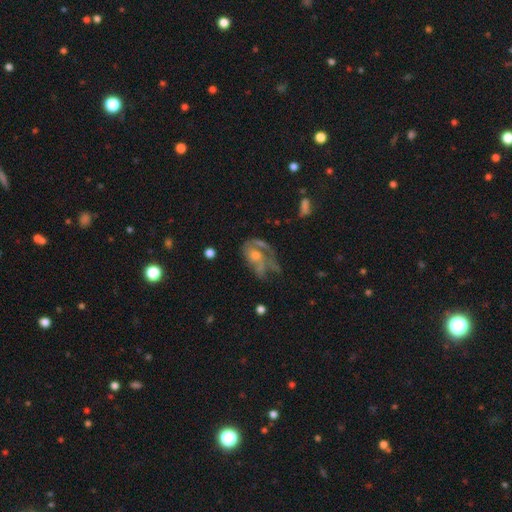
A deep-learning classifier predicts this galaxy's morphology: A featured or disk galaxy (66%) with no bar (78%), spiral arms (58%) and a moderate central bulge (47%).

Vote fractions:
- Smooth or featured? featured or disk: 66% / smooth: 21% / star or artifact: 13%
- Edge-on disk? no: 96% / yes: 4%
- Bar? no: 78% / weak: 18% / strong: 4%
- Spiral arms? yes: 58% / no: 42%
- Bulge size? moderate: 47% / small: 37% / none: 8% / large: 5% / dominant: 2%
- Merging? major disturbance: 44% / none: 29% / minor disturbance: 18% / merger: 9%